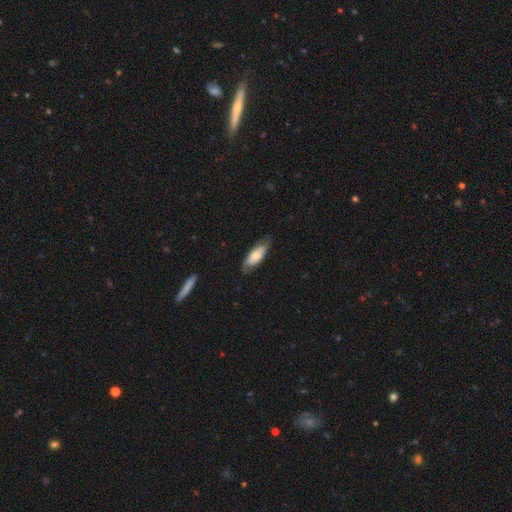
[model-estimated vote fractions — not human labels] Smooth or featured: smooth — 50% (featured or disk — 44%)
How rounded: in between — 68% (cigar-shaped — 29%)
Merging: none — 73% (minor disturbance — 20%)